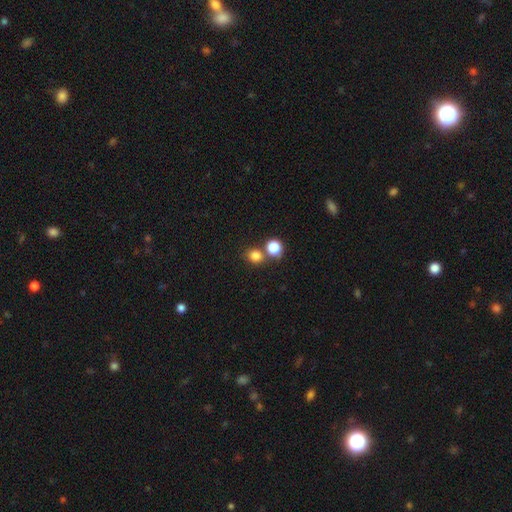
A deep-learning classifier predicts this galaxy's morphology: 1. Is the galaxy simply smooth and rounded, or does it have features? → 80% smooth, 14% star or artifact, 6% featured or disk.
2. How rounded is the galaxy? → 79% round, 20% in between, 1% cigar-shaped.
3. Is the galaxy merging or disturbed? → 62% none, 28% merger, 8% minor disturbance, 3% major disturbance.